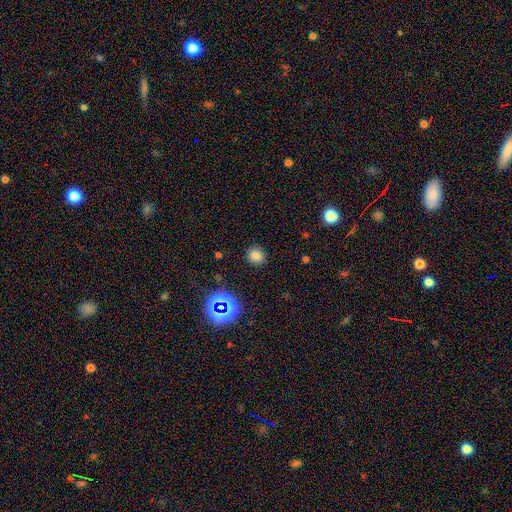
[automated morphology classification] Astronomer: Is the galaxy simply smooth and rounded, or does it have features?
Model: smooth — 76%.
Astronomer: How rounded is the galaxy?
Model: round — 82%.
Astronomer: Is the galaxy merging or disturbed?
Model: none — 88%.